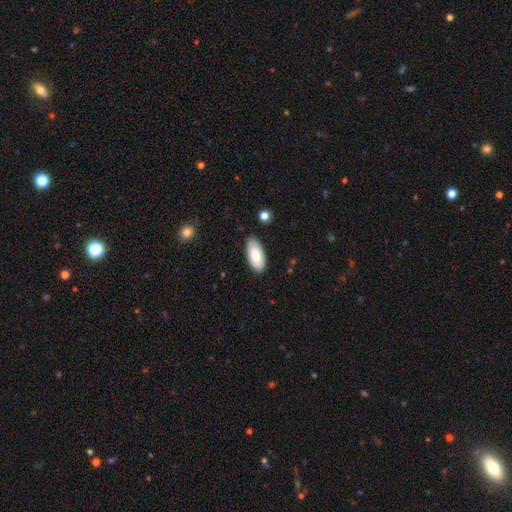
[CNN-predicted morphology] Smooth or featured?
  - smooth: 84% *
  - featured or disk: 10%
  - star or artifact: 6%
How rounded?
  - in between: 91% *
  - cigar-shaped: 8%
  - round: 2%
Merging?
  - none: 85% *
  - minor disturbance: 12%
  - major disturbance: 2%
  - merger: 1%